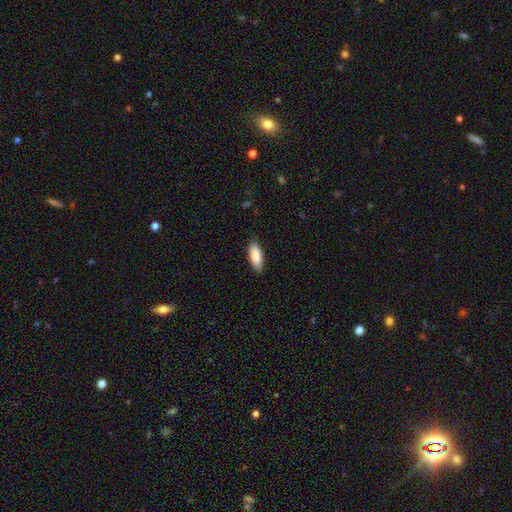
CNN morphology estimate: Smooth or featured? Predicted: smooth (p=0.88). How rounded? Predicted: in between (p=0.78). Merging? Predicted: none (p=0.86).